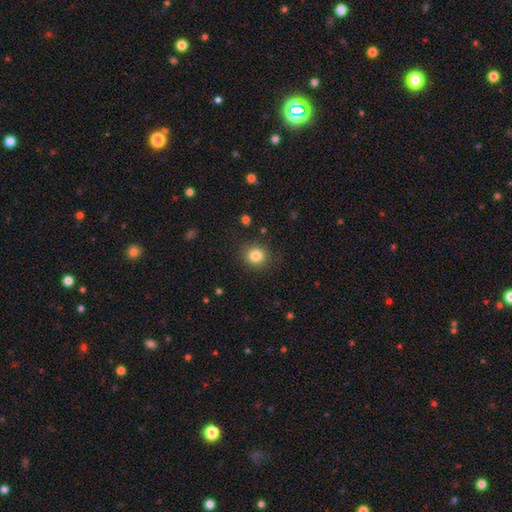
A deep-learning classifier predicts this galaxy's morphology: This is clearly a smooth galaxy (83%). How rounded: clearly round (87%). Merging: clearly none (88%).